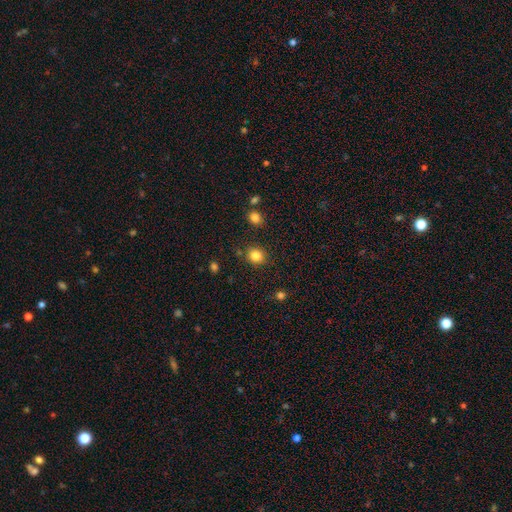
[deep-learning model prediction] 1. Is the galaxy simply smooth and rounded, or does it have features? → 83% smooth, 12% star or artifact, 5% featured or disk.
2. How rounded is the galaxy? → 80% round, 19% in between, 1% cigar-shaped.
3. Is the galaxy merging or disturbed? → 86% none, 8% minor disturbance, 3% merger, 3% major disturbance.